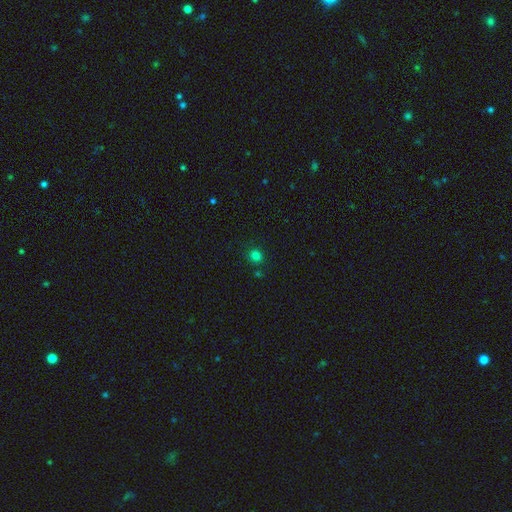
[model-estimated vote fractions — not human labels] smooth 78%, star or artifact 18%, featured or disk 4%. Down the decision tree: how rounded — round (86%); merging — none (83%).